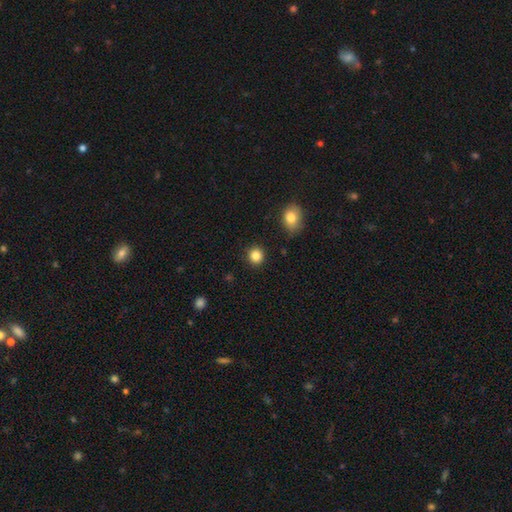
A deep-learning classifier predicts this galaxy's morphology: Smooth or featured: smooth — 86% (star or artifact — 10%)
How rounded: round — 89% (in between — 10%)
Merging: none — 90% (minor disturbance — 6%)